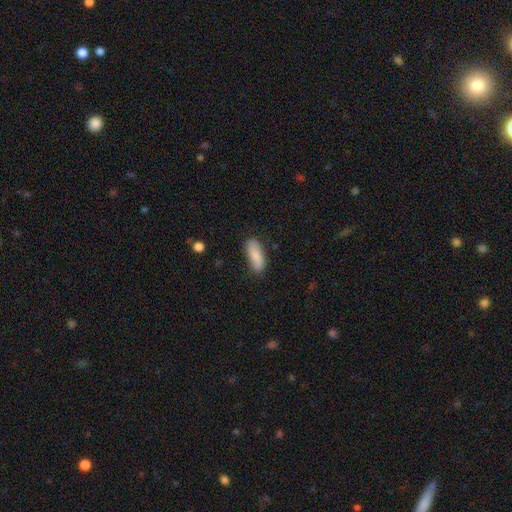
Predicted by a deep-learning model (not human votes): Smooth or featured? smooth (85%)
How rounded? in between (73%)
Merging? none (82%)